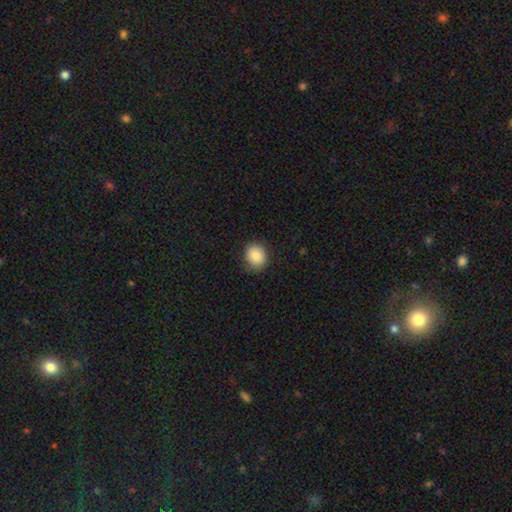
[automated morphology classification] Smooth or featured? smooth (87%)
How rounded? round (63%)
Merging? none (84%)